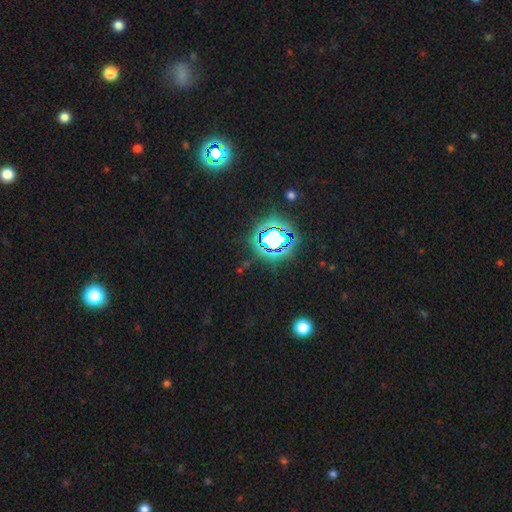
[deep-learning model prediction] Smooth or featured?
  - star or artifact: 79% *
  - smooth: 13%
  - featured or disk: 8%